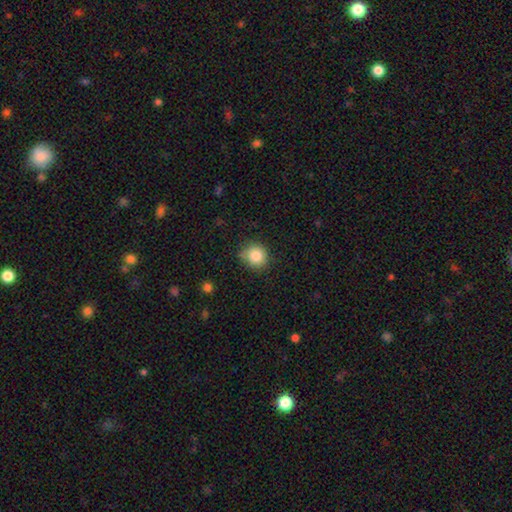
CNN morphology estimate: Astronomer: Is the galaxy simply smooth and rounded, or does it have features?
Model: smooth — 84%.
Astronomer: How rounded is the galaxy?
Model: round — 86%.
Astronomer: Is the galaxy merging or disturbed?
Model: none — 78%.